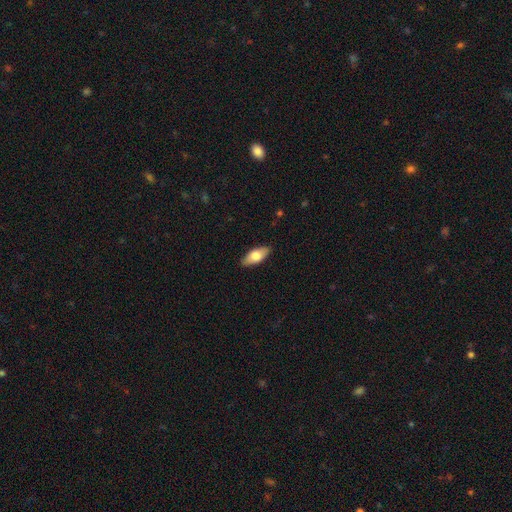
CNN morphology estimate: Smooth or featured?
  - smooth: 73% *
  - featured or disk: 21%
  - star or artifact: 6%
How rounded?
  - in between: 86% *
  - cigar-shaped: 12%
  - round: 2%
Merging?
  - none: 88% *
  - minor disturbance: 9%
  - major disturbance: 2%
  - merger: 1%